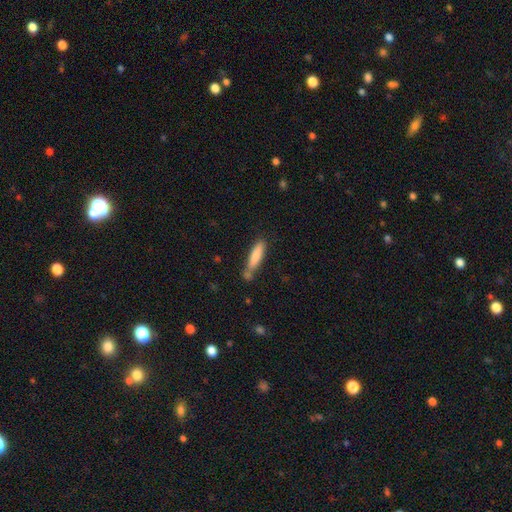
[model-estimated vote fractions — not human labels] Smooth or featured? smooth (79%)
How rounded? cigar-shaped (79%)
Merging? none (64%)